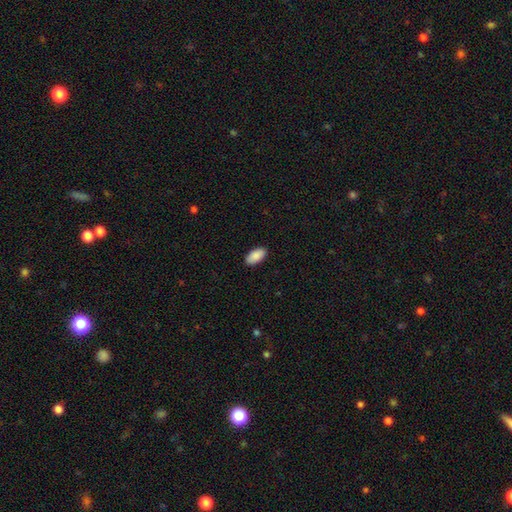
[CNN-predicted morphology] Smooth or featured: smooth — 90% (star or artifact — 6%)
How rounded: in between — 95% (cigar-shaped — 3%)
Merging: none — 90% (minor disturbance — 7%)